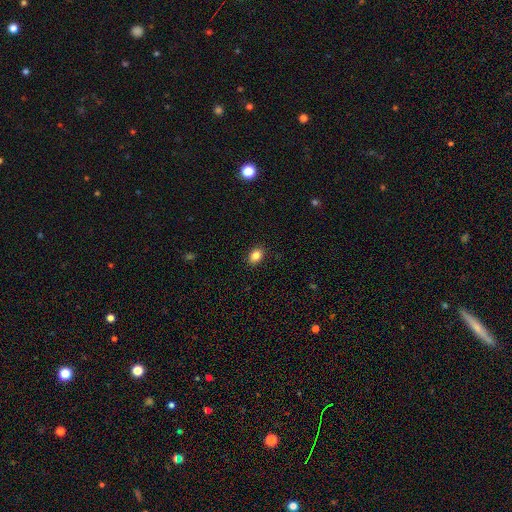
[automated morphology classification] Smooth or featured? Predicted: smooth (p=0.86). How rounded? Predicted: in between (p=0.72). Merging? Predicted: none (p=0.89).